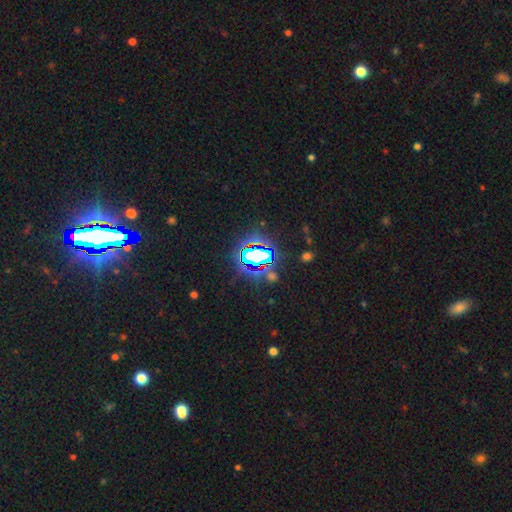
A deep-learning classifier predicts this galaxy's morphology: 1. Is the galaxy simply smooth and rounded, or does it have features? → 73% star or artifact, 16% smooth, 11% featured or disk.